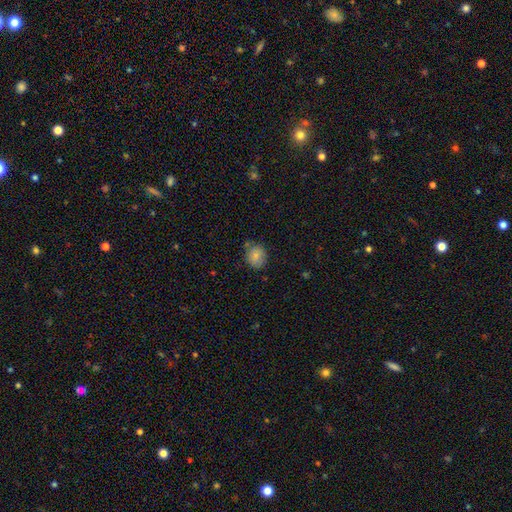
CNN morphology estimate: Smooth or featured: smooth — 84% (star or artifact — 9%)
How rounded: round — 70% (in between — 29%)
Merging: none — 73% (minor disturbance — 19%)